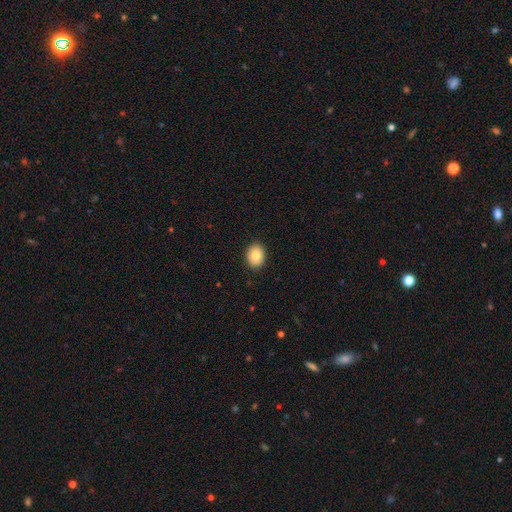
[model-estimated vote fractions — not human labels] Q: Smooth or featured?
A: smooth (84%); runner-up: featured or disk (8%)
Q: How rounded?
A: in between (62%); runner-up: round (37%)
Q: Merging?
A: none (90%); runner-up: minor disturbance (8%)